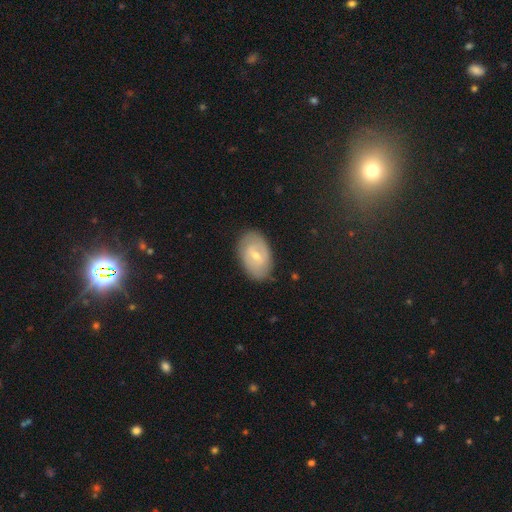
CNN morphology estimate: Smooth or featured?
  - featured or disk: 53% *
  - smooth: 40%
  - star or artifact: 7%
Edge-on disk?
  - no: 94% *
  - yes: 6%
Merging?
  - none: 79% *
  - minor disturbance: 15%
  - major disturbance: 4%
  - merger: 1%